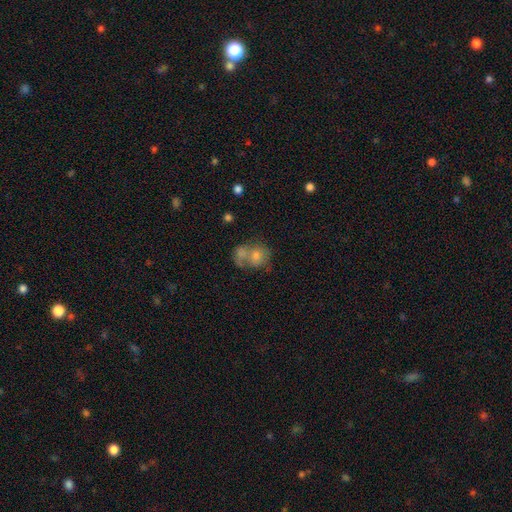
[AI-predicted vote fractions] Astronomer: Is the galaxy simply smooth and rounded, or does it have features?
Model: smooth — 60%.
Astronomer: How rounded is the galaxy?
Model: round — 65%.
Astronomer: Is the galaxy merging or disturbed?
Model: merger — 52% (runner-up: none, 30%).